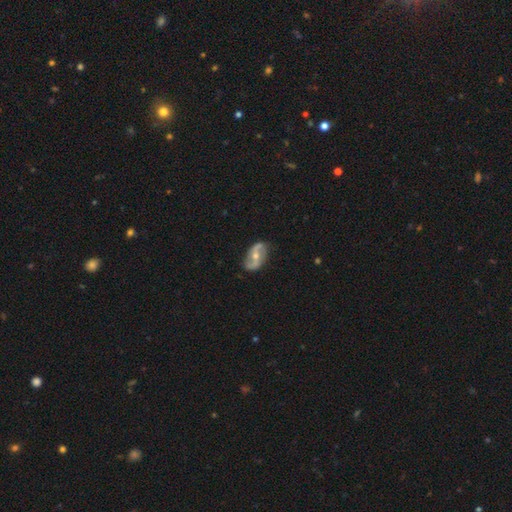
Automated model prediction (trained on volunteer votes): A featured or disk galaxy (81%) with no bar (43%), 2 (92%) loose (64%) spiral arms (92%) and a moderate central bulge (63%). Merging: none (79%).